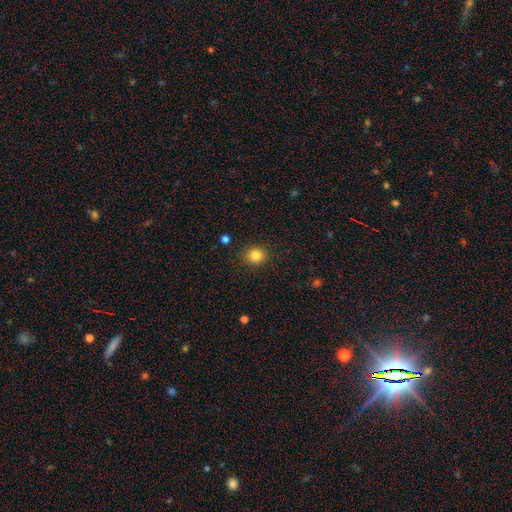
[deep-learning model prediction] Smooth or featured: smooth — 83% (star or artifact — 11%)
How rounded: round — 76% (in between — 23%)
Merging: none — 90% (minor disturbance — 7%)